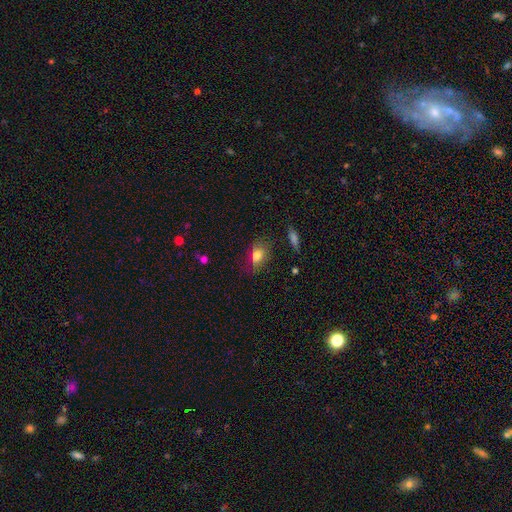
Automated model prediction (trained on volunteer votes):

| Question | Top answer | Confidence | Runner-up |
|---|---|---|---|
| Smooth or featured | smooth | 78% | featured or disk (12%) |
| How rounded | in between | 80% | round (17%) |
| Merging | none | 72% | minor disturbance (19%) |